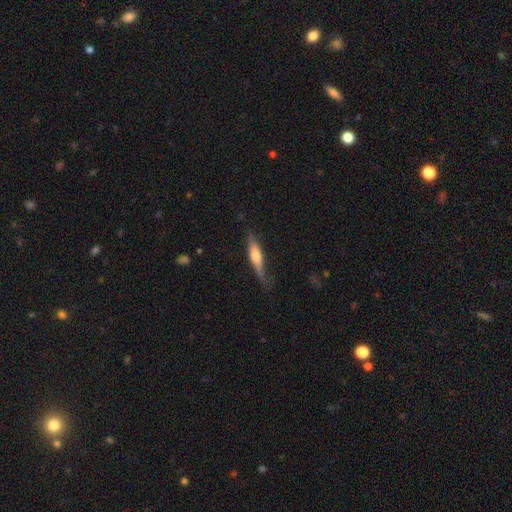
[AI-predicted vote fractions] A smooth galaxy with no disk features (48%).

Vote fractions:
- Smooth or featured? smooth: 48% / featured or disk: 47% / star or artifact: 5%
- Merging? none: 61% / minor disturbance: 27% / major disturbance: 9% / merger: 2%